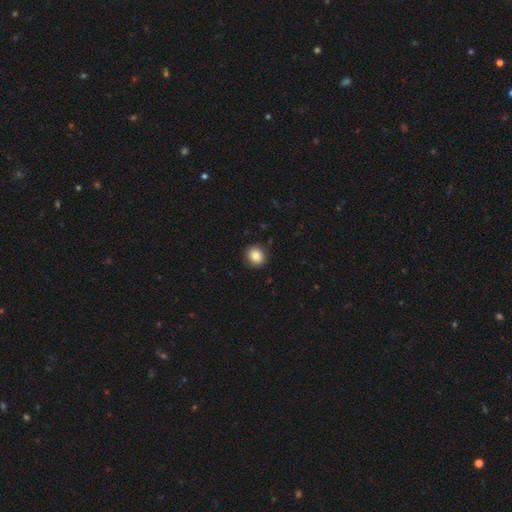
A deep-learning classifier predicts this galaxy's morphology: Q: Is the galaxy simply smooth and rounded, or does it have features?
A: smooth — 84%.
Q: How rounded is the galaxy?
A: round — 82%.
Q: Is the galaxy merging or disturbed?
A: none — 87%.